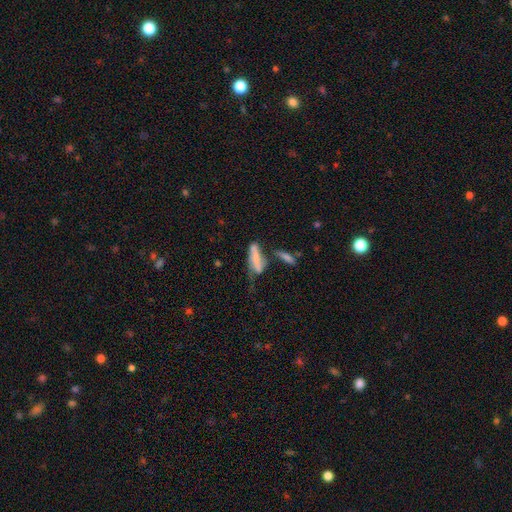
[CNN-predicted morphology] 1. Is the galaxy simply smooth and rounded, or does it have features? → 55% smooth, 36% featured or disk, 9% star or artifact.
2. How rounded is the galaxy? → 51% in between, 47% cigar-shaped, 3% round.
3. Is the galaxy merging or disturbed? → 27% merger, 26% major disturbance, 26% none, 21% minor disturbance.